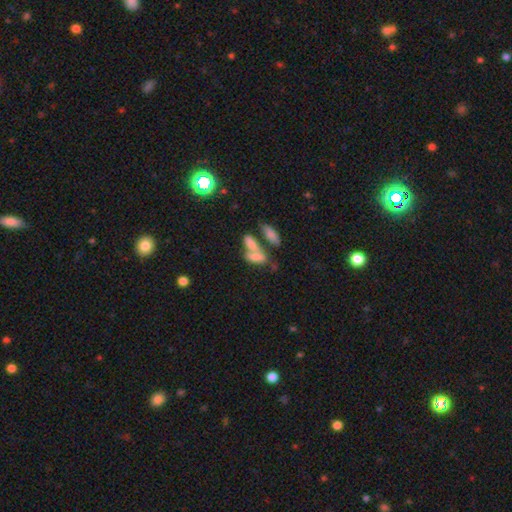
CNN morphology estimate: type=smooth (69%); roundness=in between (75%); merging=merger (60%).